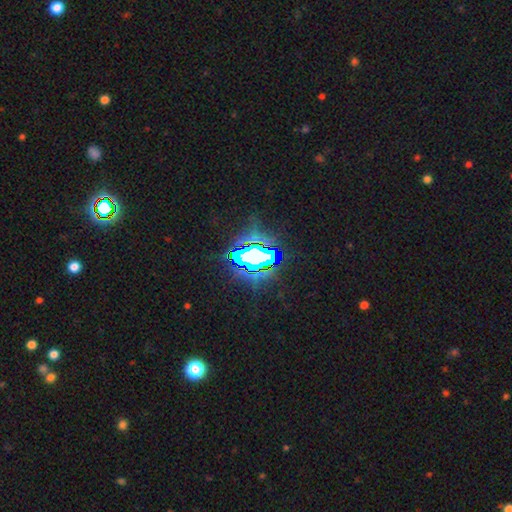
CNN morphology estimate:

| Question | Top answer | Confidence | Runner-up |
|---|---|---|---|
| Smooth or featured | star or artifact | 74% | smooth (13%) |